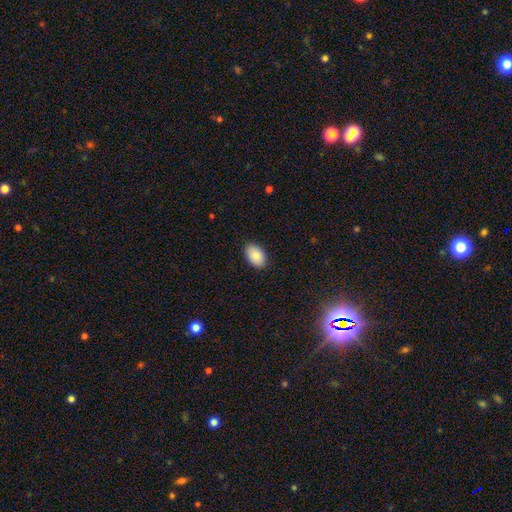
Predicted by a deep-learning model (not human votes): The model was most divided on "merging": none: 88%, minor disturbance: 9%, major disturbance: 2%, merger: 1%. More confident: how rounded — in between (92%); smooth or featured — smooth (87%).